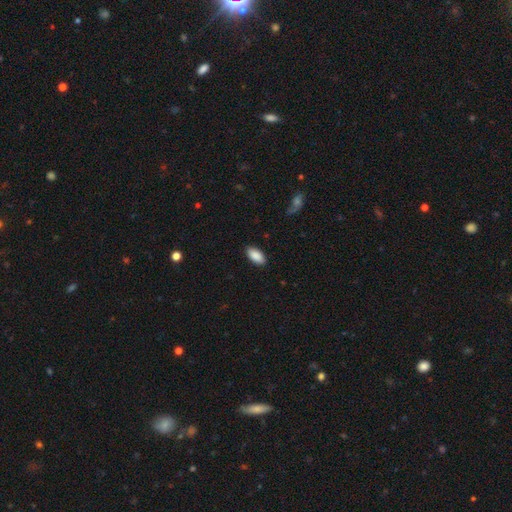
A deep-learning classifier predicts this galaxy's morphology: Smooth or featured?
  - smooth: 89% *
  - star or artifact: 6%
  - featured or disk: 4%
How rounded?
  - in between: 94% *
  - cigar-shaped: 4%
  - round: 2%
Merging?
  - none: 88% *
  - minor disturbance: 9%
  - major disturbance: 2%
  - merger: 1%